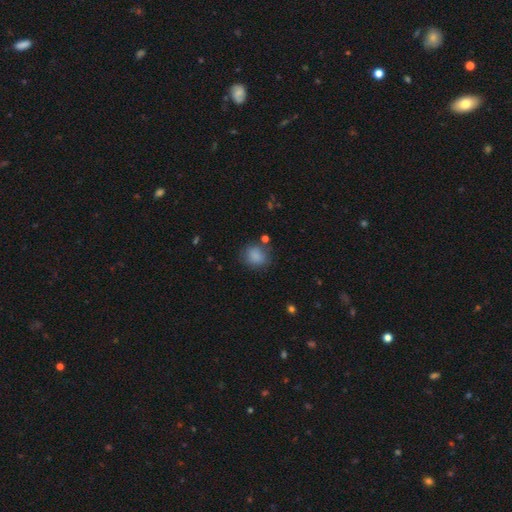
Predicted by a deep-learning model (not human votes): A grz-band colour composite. It shows a smooth galaxy with no disk features (85%) that is round (72%). Merging: none (75%).